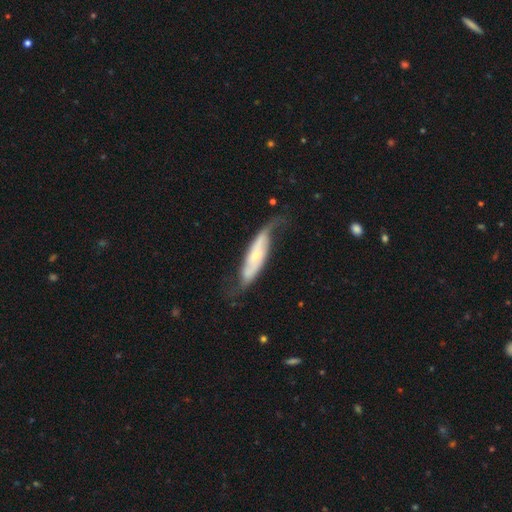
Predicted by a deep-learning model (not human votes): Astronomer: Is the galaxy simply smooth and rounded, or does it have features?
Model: featured or disk — 68%.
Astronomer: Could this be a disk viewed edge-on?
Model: no — 71%.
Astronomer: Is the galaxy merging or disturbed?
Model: none — 53%.